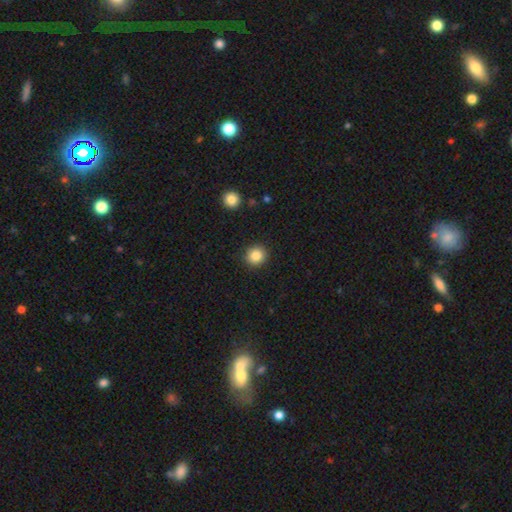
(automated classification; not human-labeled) Q: Smooth or featured?
A: smooth (85%); runner-up: star or artifact (10%)
Q: How rounded?
A: round (91%); runner-up: in between (8%)
Q: Merging?
A: none (91%); runner-up: minor disturbance (6%)